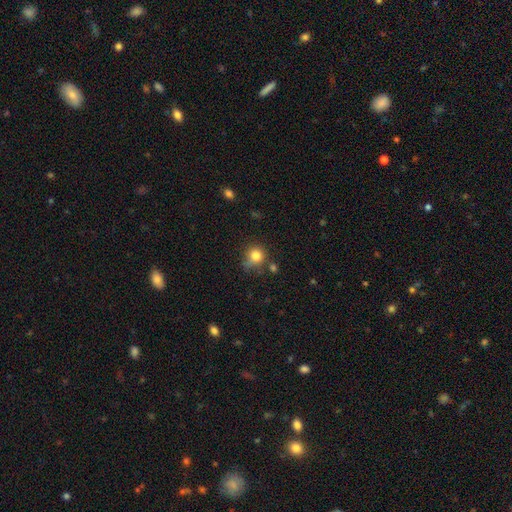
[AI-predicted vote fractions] Smooth or featured: smooth — 81% (star or artifact — 12%)
How rounded: round — 86% (in between — 13%)
Merging: none — 65% (minor disturbance — 21%)